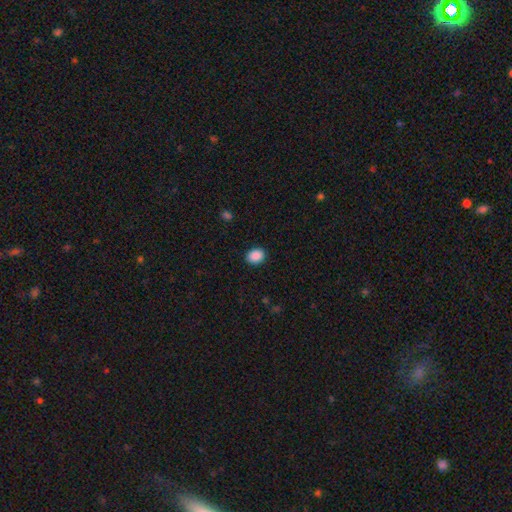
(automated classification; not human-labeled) Smooth or featured: smooth — 89% (star or artifact — 8%)
How rounded: in between — 57% (round — 43%)
Merging: none — 90% (minor disturbance — 7%)